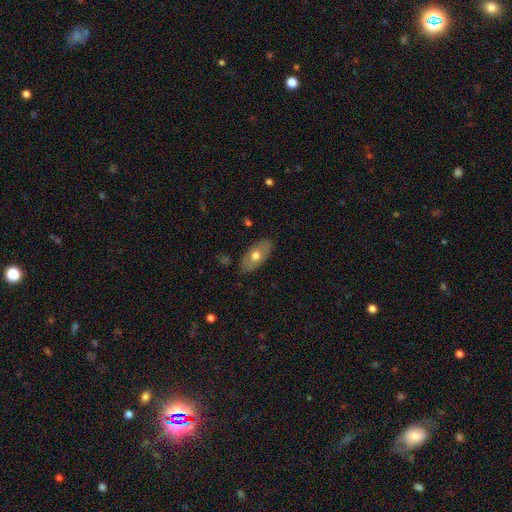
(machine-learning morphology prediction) Smooth or featured? smooth (60%)
How rounded? in between (91%)
Merging? none (82%)